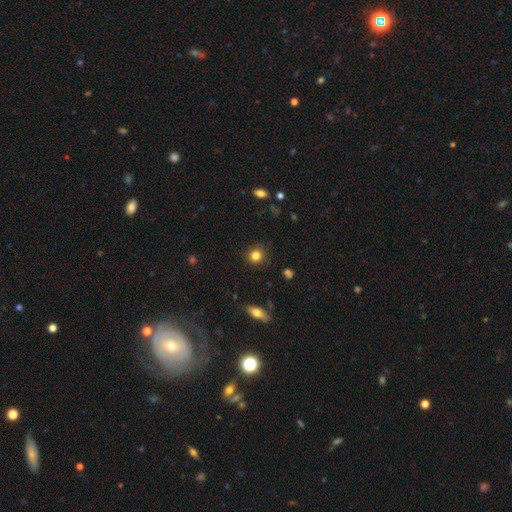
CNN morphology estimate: Q: Smooth or featured?
A: smooth (84%); runner-up: star or artifact (11%)
Q: How rounded?
A: round (89%); runner-up: in between (10%)
Q: Merging?
A: none (86%); runner-up: minor disturbance (10%)